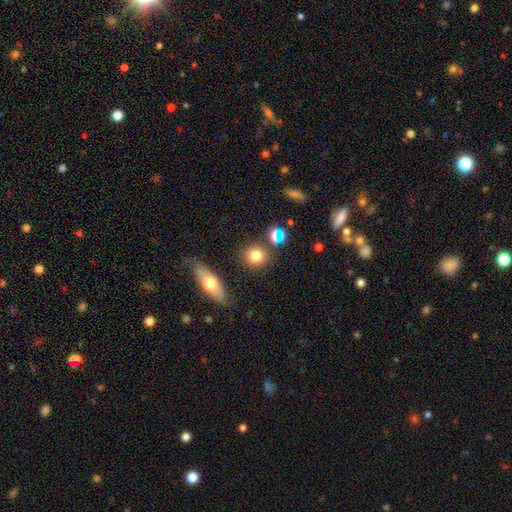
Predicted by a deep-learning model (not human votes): Smooth or featured? smooth (78%)
How rounded? round (80%)
Merging? none (81%)